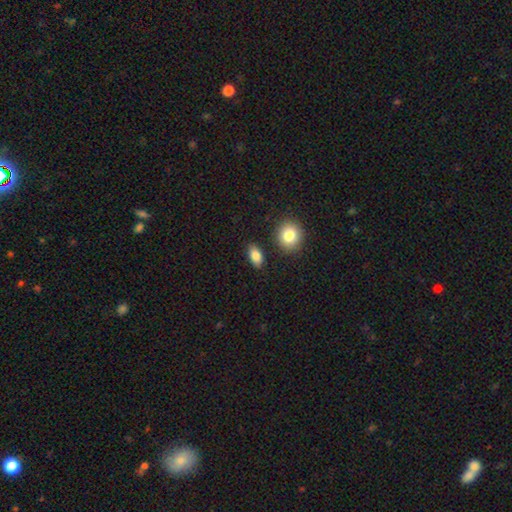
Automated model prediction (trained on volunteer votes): A smooth galaxy with no disk features (86%) that is in between round and cigar-shaped (88%).

Vote fractions:
- Smooth or featured? smooth: 86% / star or artifact: 8% / featured or disk: 6%
- How rounded? in between: 88% / round: 8% / cigar-shaped: 4%
- Merging? none: 84% / minor disturbance: 10% / merger: 3% / major disturbance: 3%